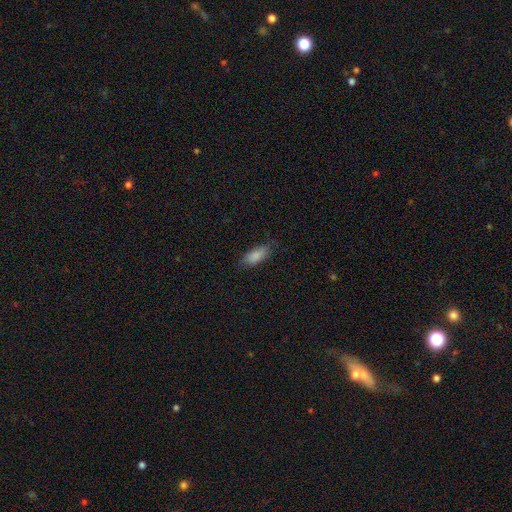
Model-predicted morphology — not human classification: type=smooth (86%); roundness=in between (81%); merging=none (74%).